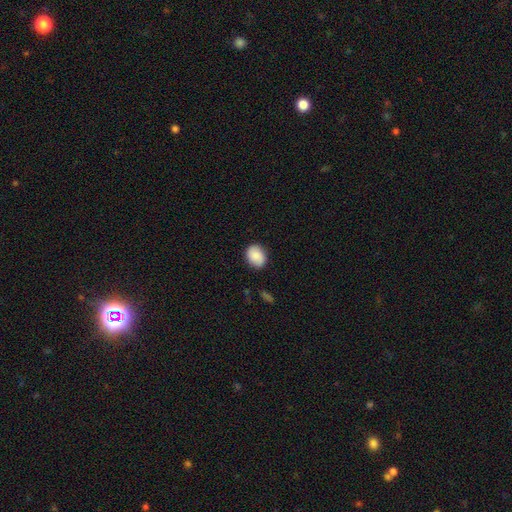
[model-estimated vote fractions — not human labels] A smooth galaxy with no disk features (85%) that is in between round and cigar-shaped (59%).

Vote fractions:
- Smooth or featured? smooth: 85% / featured or disk: 8% / star or artifact: 7%
- How rounded? in between: 59% / round: 40% / cigar-shaped: 1%
- Merging? none: 85% / minor disturbance: 11% / major disturbance: 2% / merger: 1%